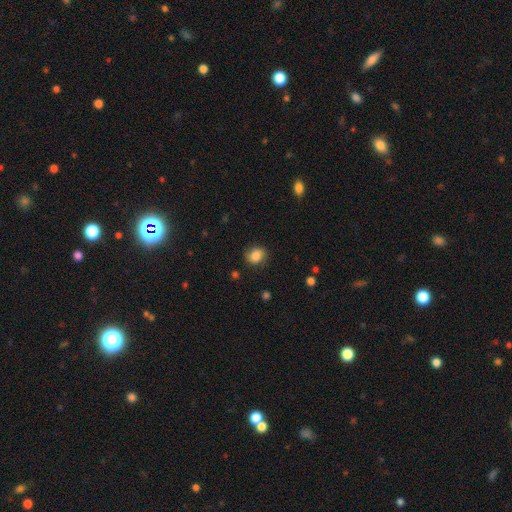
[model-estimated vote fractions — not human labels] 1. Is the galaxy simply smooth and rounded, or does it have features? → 82% smooth, 9% star or artifact, 9% featured or disk.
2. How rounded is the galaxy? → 63% round, 36% in between, 1% cigar-shaped.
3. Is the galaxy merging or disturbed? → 80% none, 14% minor disturbance, 4% major disturbance, 1% merger.